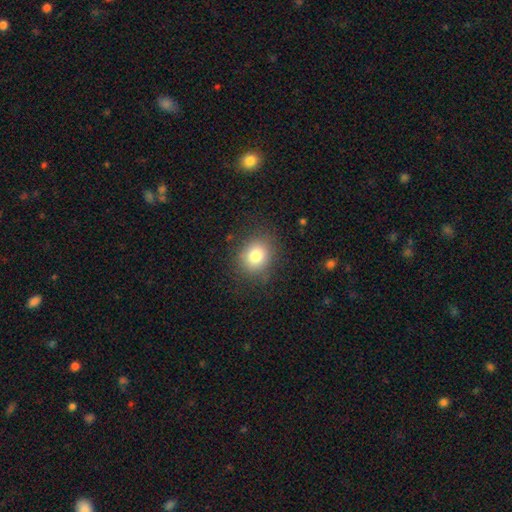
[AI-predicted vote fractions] smooth-or-featured: smooth: 81% | star or artifact: 11% | featured or disk: 9%
  how-rounded: round: 68% | in between: 31% | cigar-shaped: 1%
  merging: none: 82% | minor disturbance: 12% | major disturbance: 5% | merger: 1%